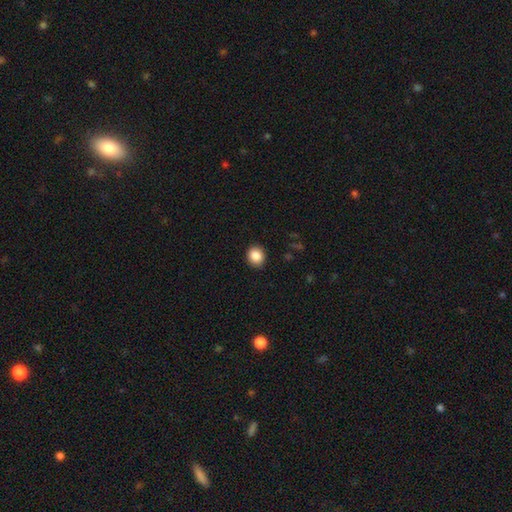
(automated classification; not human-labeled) smooth-or-featured: smooth: 87% | star or artifact: 9% | featured or disk: 4%
  how-rounded: round: 76% | in between: 23% | cigar-shaped: 1%
  merging: none: 90% | minor disturbance: 7% | major disturbance: 2% | merger: 1%